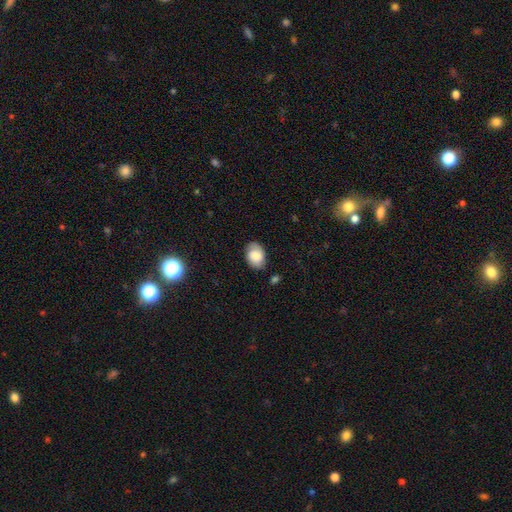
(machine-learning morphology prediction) smooth-or-featured: smooth: 73% | featured or disk: 19% | star or artifact: 8%
  how-rounded: in between: 81% | round: 18% | cigar-shaped: 1%
  merging: none: 76% | minor disturbance: 18% | major disturbance: 4% | merger: 2%